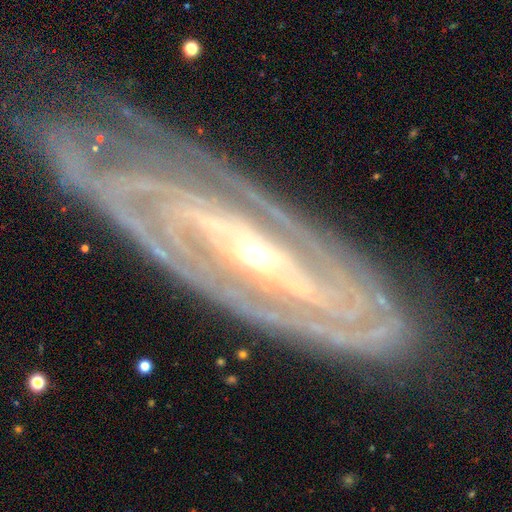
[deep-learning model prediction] A featured or disk galaxy (90%) with a strong bar (38%), 2 (34%) tight (74%) spiral arms (95%) and a small central bulge (55%). Merging: none (77%).